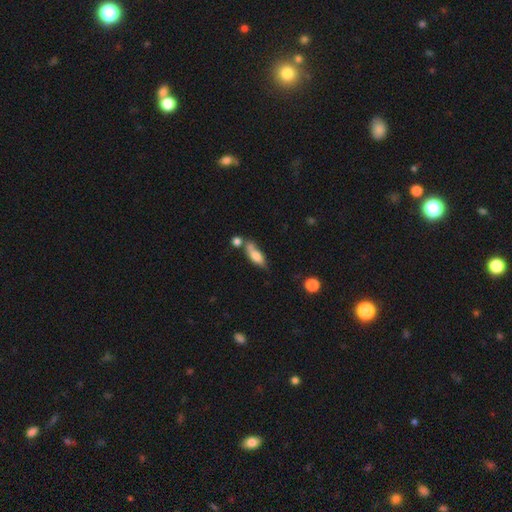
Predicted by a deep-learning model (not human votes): Smooth or featured?
  - smooth: 66% *
  - featured or disk: 26%
  - star or artifact: 8%
How rounded?
  - in between: 62% *
  - cigar-shaped: 35%
  - round: 3%
Merging?
  - none: 40% *
  - merger: 29%
  - minor disturbance: 21%
  - major disturbance: 10%